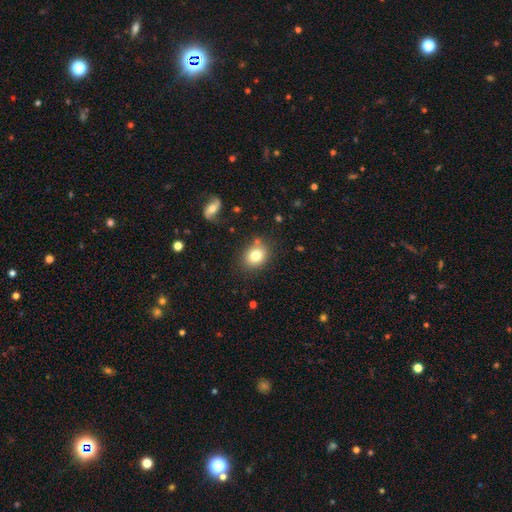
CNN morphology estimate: Smooth or featured?
  - smooth: 79% *
  - featured or disk: 11%
  - star or artifact: 10%
How rounded?
  - round: 50% *
  - in between: 49%
  - cigar-shaped: 1%
Merging?
  - none: 79% *
  - minor disturbance: 13%
  - merger: 5%
  - major disturbance: 3%